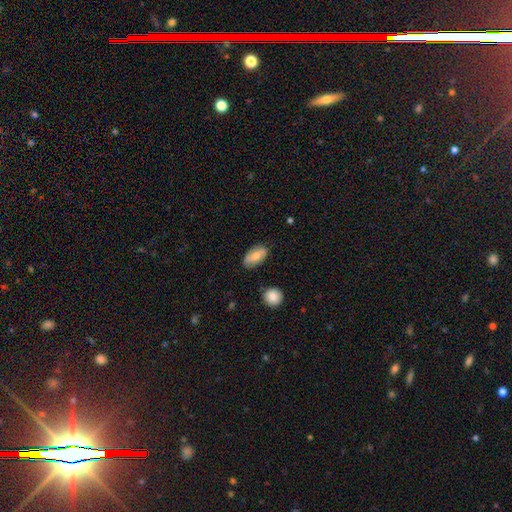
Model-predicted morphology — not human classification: This is likely a smooth galaxy (65%). How rounded: clearly in between (92%). Merging: likely none (77%).